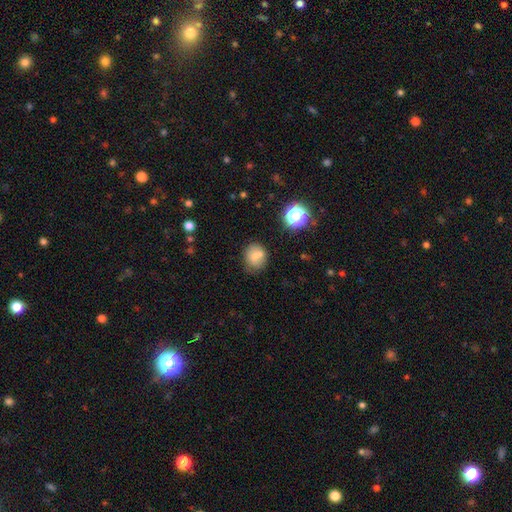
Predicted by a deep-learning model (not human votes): This is likely a smooth galaxy (72%). How rounded: likely round (71%). Merging: possibly none (58%).